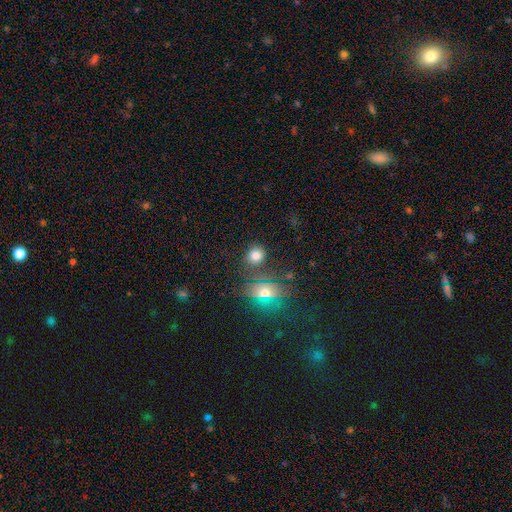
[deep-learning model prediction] Overall: smooth (76%). How rounded: round (74%). Merging: none (77%).